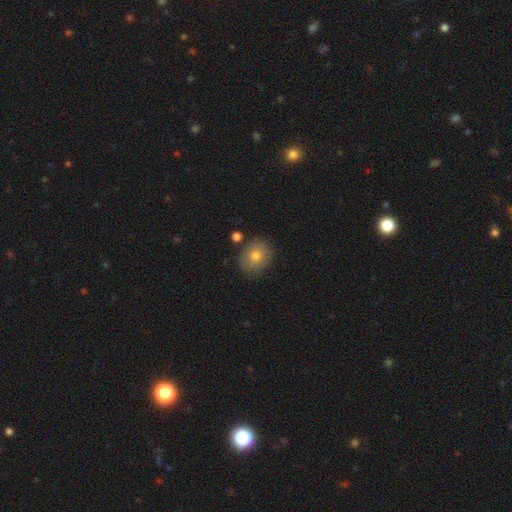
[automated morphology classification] smooth-or-featured: smooth: 75% | featured or disk: 16% | star or artifact: 10%
  how-rounded: round: 55% | in between: 44% | cigar-shaped: 1%
  merging: none: 80% | minor disturbance: 13% | merger: 4% | major disturbance: 3%